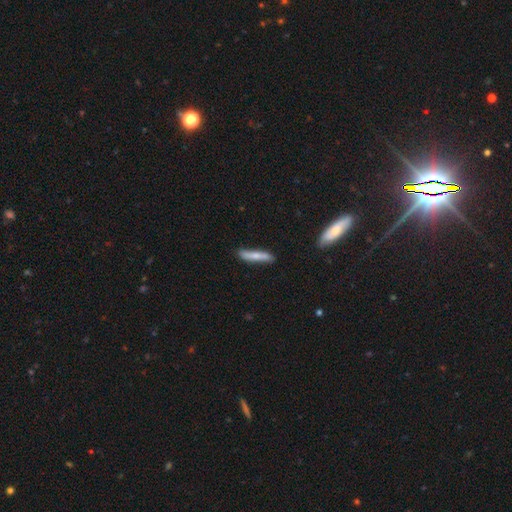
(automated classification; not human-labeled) Smooth or featured: smooth — 62% (featured or disk — 32%)
How rounded: cigar-shaped — 88% (in between — 10%)
Merging: none — 79% (minor disturbance — 16%)